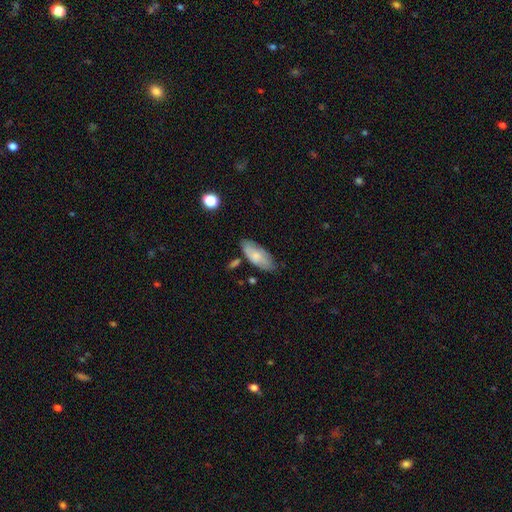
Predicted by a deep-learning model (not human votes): Morphology: type=smooth (73%); roundness=in between (87%); merging=none (70%).